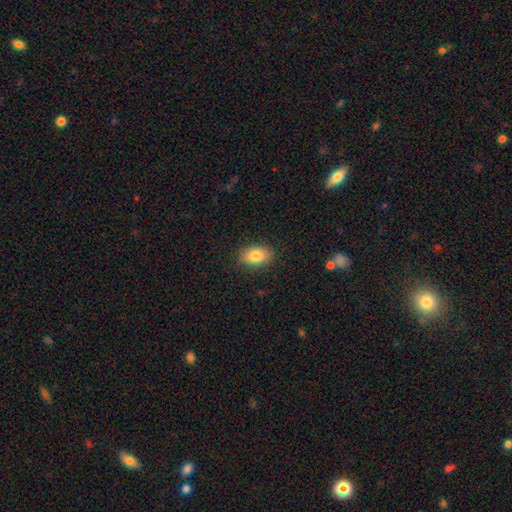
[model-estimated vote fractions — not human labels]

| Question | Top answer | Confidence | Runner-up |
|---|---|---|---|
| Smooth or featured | smooth | 82% | featured or disk (10%) |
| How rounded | in between | 88% | round (10%) |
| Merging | none | 88% | minor disturbance (9%) |